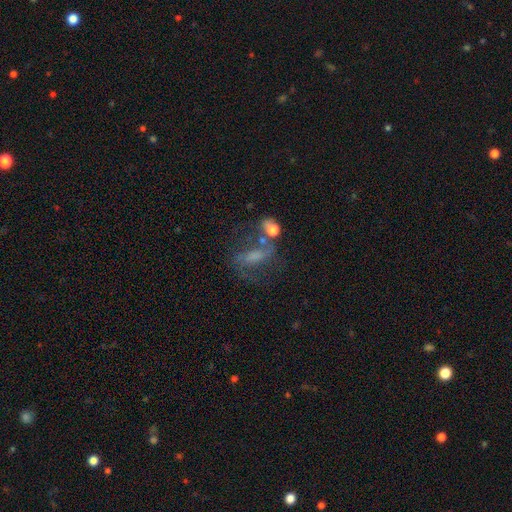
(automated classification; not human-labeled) Smooth or featured? Predicted: featured or disk (p=0.56). Edge-on disk? Predicted: no (p=0.91). Bar? Predicted: weak (p=0.37). Spiral arms? Predicted: yes (p=0.71). Bulge size? Predicted: none (p=0.32). Merging? Predicted: none (p=0.44).